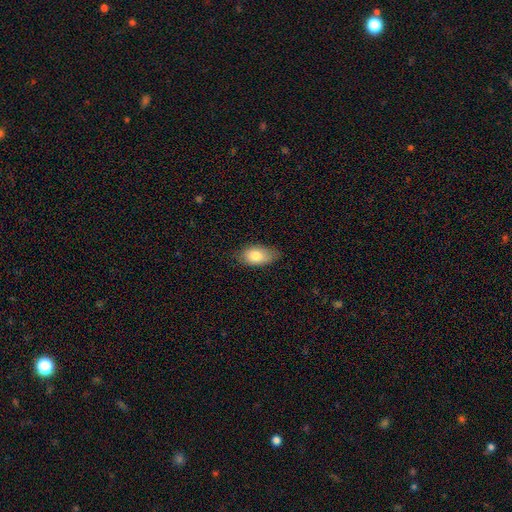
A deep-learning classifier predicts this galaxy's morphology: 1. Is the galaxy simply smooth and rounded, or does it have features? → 81% smooth, 12% featured or disk, 7% star or artifact.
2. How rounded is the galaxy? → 92% in between, 5% round, 3% cigar-shaped.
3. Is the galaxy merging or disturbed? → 74% none, 21% minor disturbance, 4% major disturbance, 1% merger.